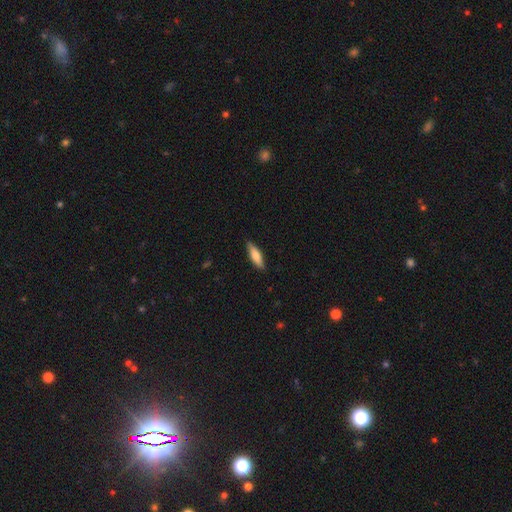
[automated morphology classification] Smooth or featured? smooth (70%)
How rounded? cigar-shaped (59%)
Merging? none (87%)